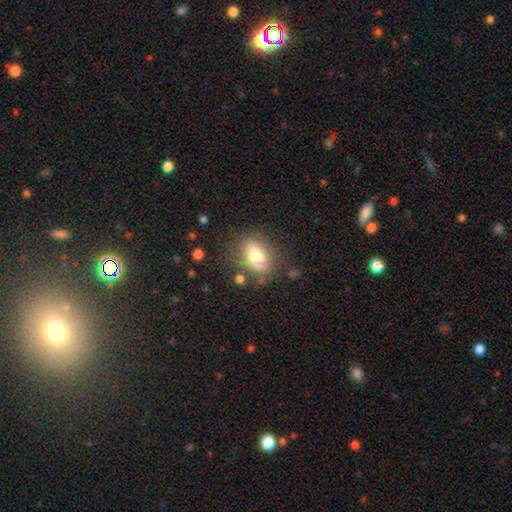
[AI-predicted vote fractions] smooth-or-featured: smooth: 72% | featured or disk: 19% | star or artifact: 9%
  how-rounded: in between: 71% | round: 26% | cigar-shaped: 3%
  merging: none: 75% | minor disturbance: 15% | major disturbance: 6% | merger: 4%